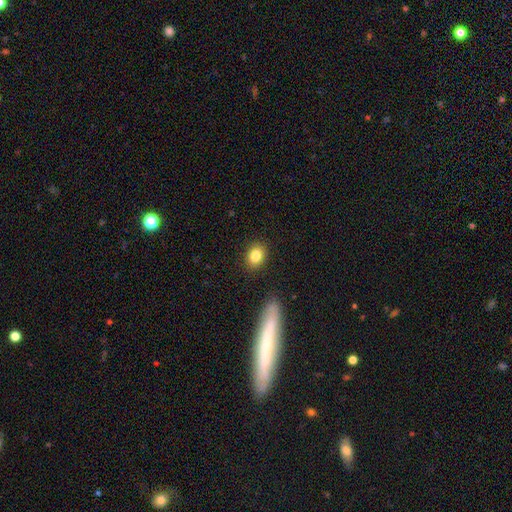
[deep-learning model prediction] smooth-or-featured: smooth: 84% | star or artifact: 9% | featured or disk: 7%
  how-rounded: in between: 54% | round: 44% | cigar-shaped: 1%
  merging: none: 87% | minor disturbance: 8% | major disturbance: 2% | merger: 2%